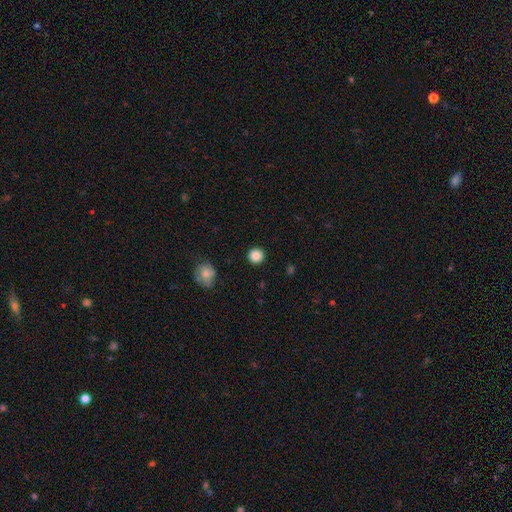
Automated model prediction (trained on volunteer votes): This is clearly a smooth galaxy (86%). How rounded: clearly round (95%). Merging: clearly none (92%).